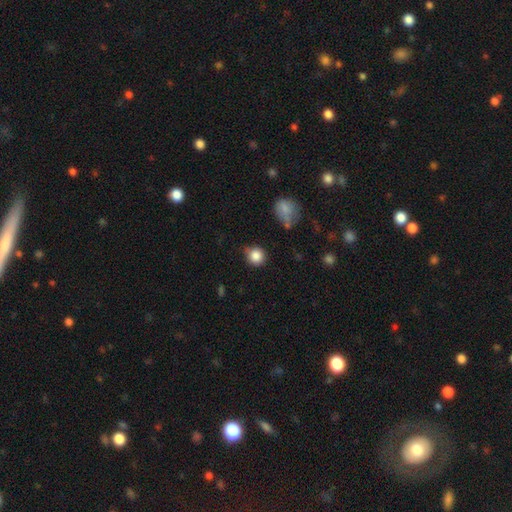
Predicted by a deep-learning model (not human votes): This appears to be a smooth galaxy with no disk features (85%) that is round (89%). Merging: none (71%).